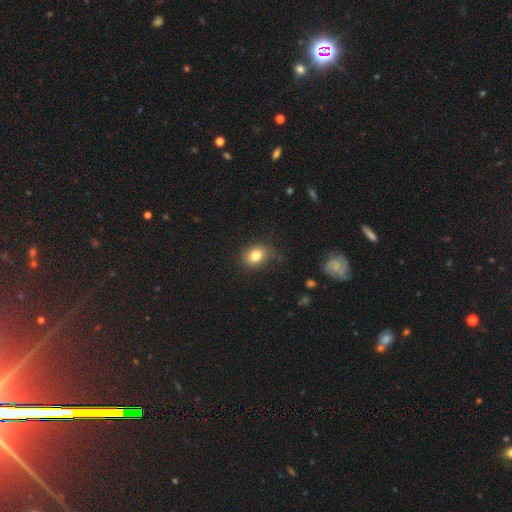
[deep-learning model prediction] A smooth galaxy with no disk features (80%) that is round (52%).

Vote fractions:
- Smooth or featured? smooth: 80% / star or artifact: 11% / featured or disk: 8%
- How rounded? round: 52% / in between: 47% / cigar-shaped: 1%
- Merging? none: 76% / minor disturbance: 18% / major disturbance: 5% / merger: 1%